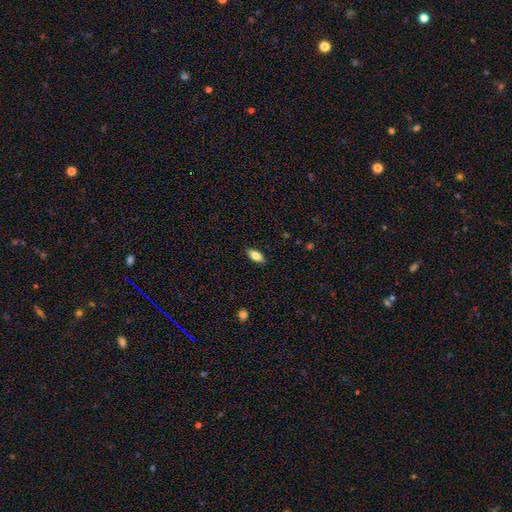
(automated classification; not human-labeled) The model was most divided on "smooth or featured": smooth: 79%, featured or disk: 14%, star or artifact: 7%. More confident: merging — none (87%); how rounded — in between (85%).